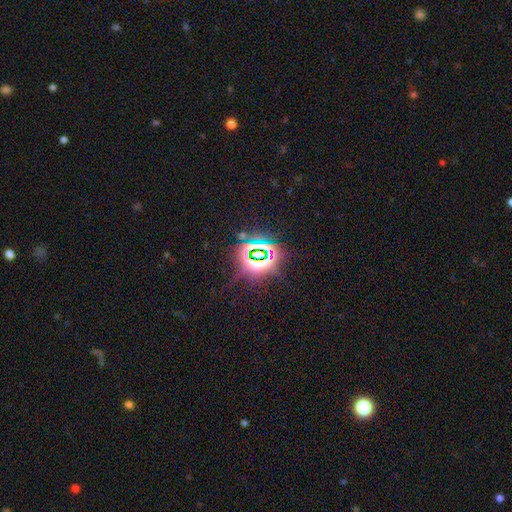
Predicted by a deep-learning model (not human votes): Smooth or featured? Predicted: star or artifact (p=0.82).